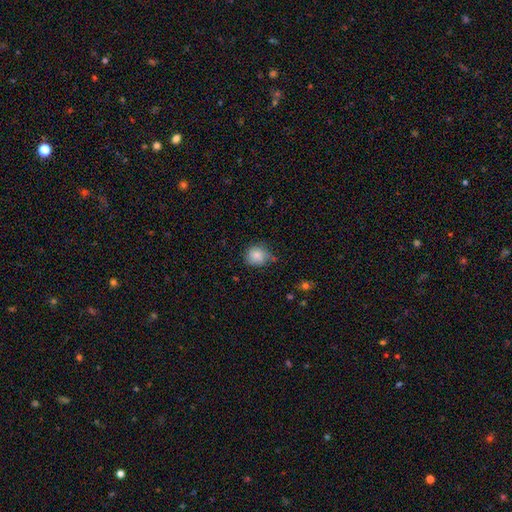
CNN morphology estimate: This appears to be a smooth galaxy with no disk features (82%) that is round (78%). Merging: none (57%).